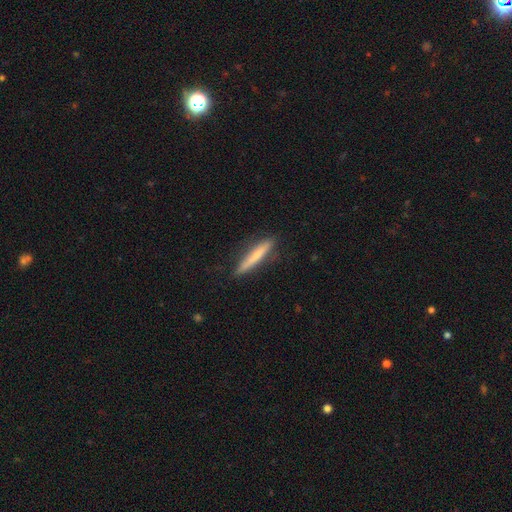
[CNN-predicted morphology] smooth 62%, featured or disk 32%, star or artifact 6%. Down the decision tree: how rounded — cigar-shaped (94%); merging — none (85%).